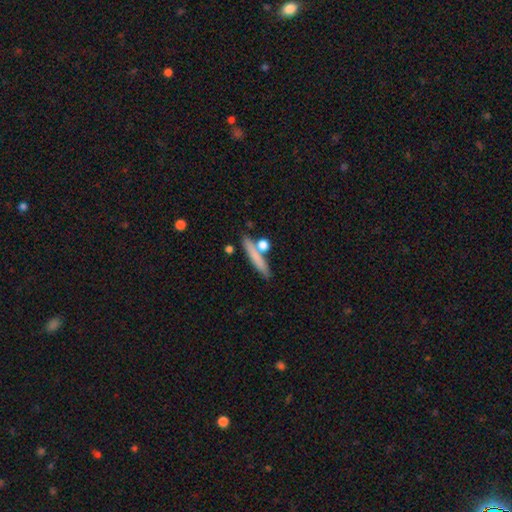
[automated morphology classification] This appears to be a smooth galaxy with no disk features (71%) that is cigar-shaped (85%). Merging: none (74%).